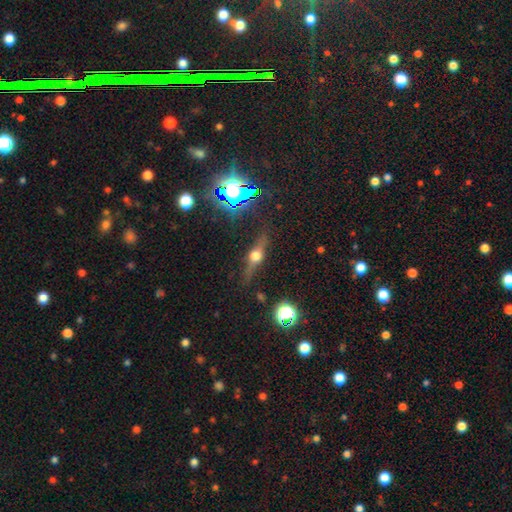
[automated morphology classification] smooth-or-featured: featured or disk: 66% | smooth: 19% | star or artifact: 14%
  disk-edge-on: yes: 93% | no: 7%
    edge-on-bulge: rounded: 95% | boxy: 4% | none: 2%
  merging: none: 82% | minor disturbance: 12% | major disturbance: 4% | merger: 2%